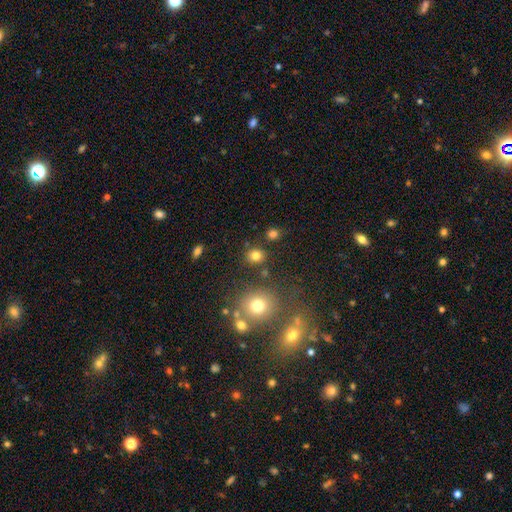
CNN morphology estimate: A smooth galaxy with no disk features (79%) that is round (82%).

Vote fractions:
- Smooth or featured? smooth: 79% / star or artifact: 15% / featured or disk: 6%
- How rounded? round: 82% / in between: 17% / cigar-shaped: 1%
- Merging? none: 83% / minor disturbance: 8% / merger: 6% / major disturbance: 3%